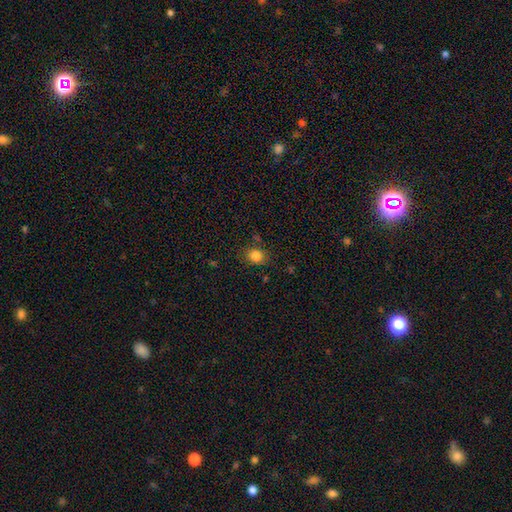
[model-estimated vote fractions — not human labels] Smooth or featured: smooth — 84% (star or artifact — 12%)
How rounded: round — 61% (in between — 38%)
Merging: none — 76% (minor disturbance — 15%)